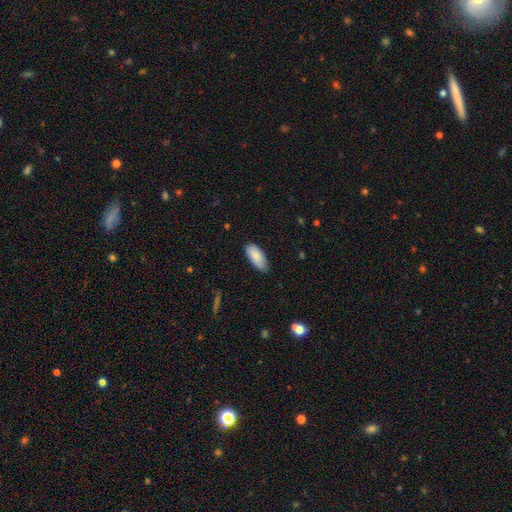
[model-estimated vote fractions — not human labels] A smooth galaxy with no disk features (87%) that is in between round and cigar-shaped (87%). Merging: none (78%).